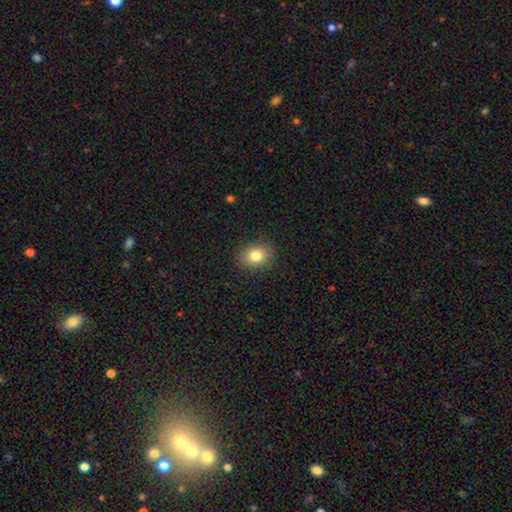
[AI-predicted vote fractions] Smooth or featured? smooth (82%)
How rounded? round (50%)
Merging? none (89%)